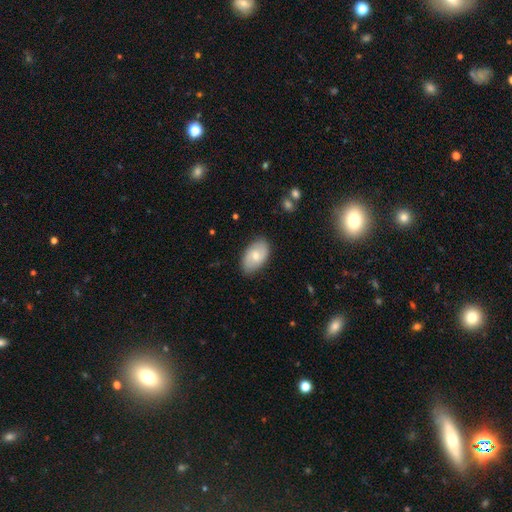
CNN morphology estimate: A smooth galaxy with no disk features (60%) that is in between round and cigar-shaped (93%).

Vote fractions:
- Smooth or featured? smooth: 60% / featured or disk: 34% / star or artifact: 6%
- How rounded? in between: 93% / round: 6% / cigar-shaped: 1%
- Merging? none: 81% / minor disturbance: 15% / major disturbance: 3% / merger: 1%